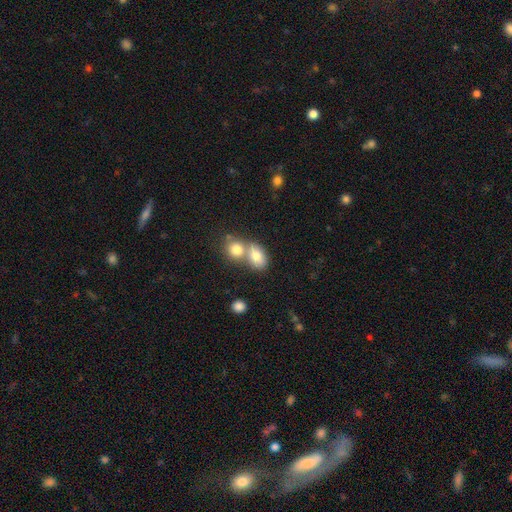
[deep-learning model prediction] Smooth or featured? smooth (79%)
How rounded? in between (69%)
Merging? merger (59%)